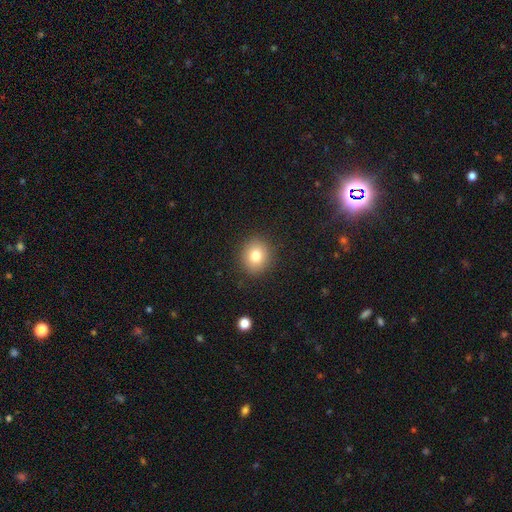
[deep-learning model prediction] smooth_or_featured: smooth (p=0.79) [alt: star or artifact p=0.11]
how_rounded: round (p=0.80) [alt: in between p=0.19]
merging: none (p=0.89) [alt: minor disturbance p=0.07]